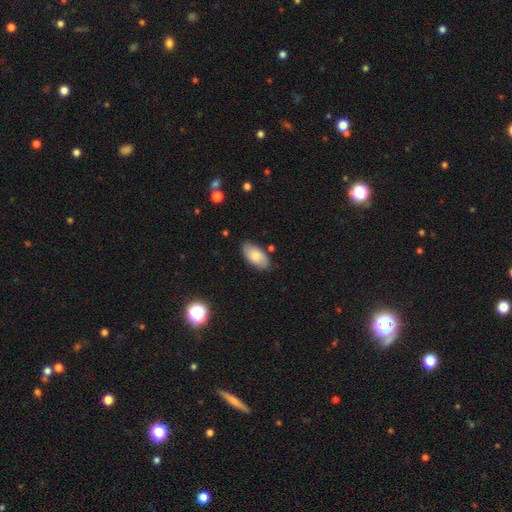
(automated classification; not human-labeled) Smooth or featured? smooth (79%)
How rounded? in between (94%)
Merging? none (81%)